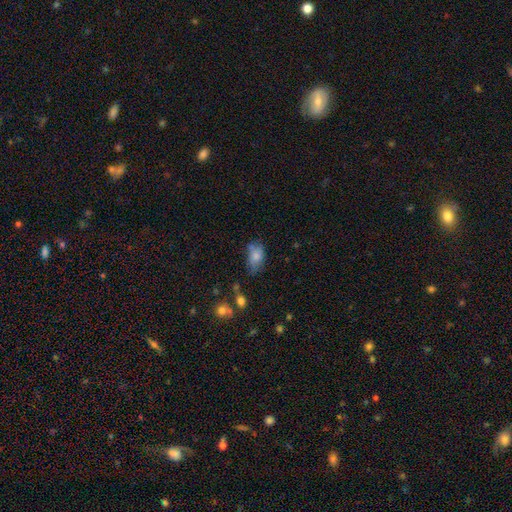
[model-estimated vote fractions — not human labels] Smooth or featured? Predicted: smooth (p=0.74). How rounded? Predicted: in between (p=0.88). Merging? Predicted: none (p=0.48).